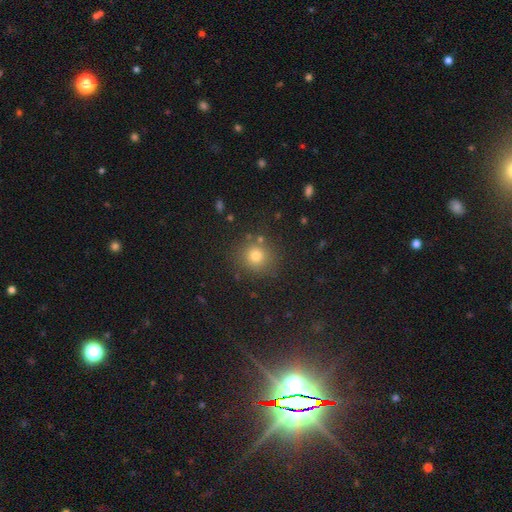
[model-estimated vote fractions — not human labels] Smooth or featured? Predicted: smooth (p=0.74). How rounded? Predicted: round (p=0.88). Merging? Predicted: none (p=0.84).